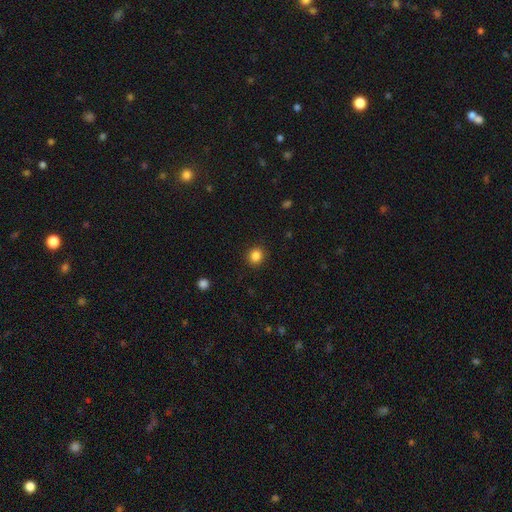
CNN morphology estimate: Smooth or featured? smooth (85%)
How rounded? round (84%)
Merging? none (90%)